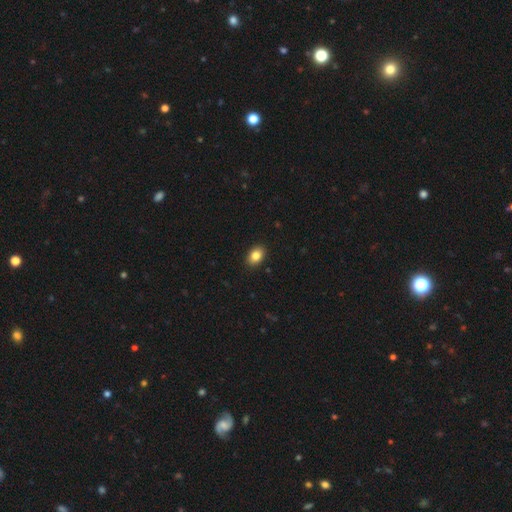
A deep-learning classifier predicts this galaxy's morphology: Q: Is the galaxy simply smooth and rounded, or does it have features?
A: smooth — 85%.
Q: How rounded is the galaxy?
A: in between — 81%.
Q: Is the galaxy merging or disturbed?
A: none — 90%.